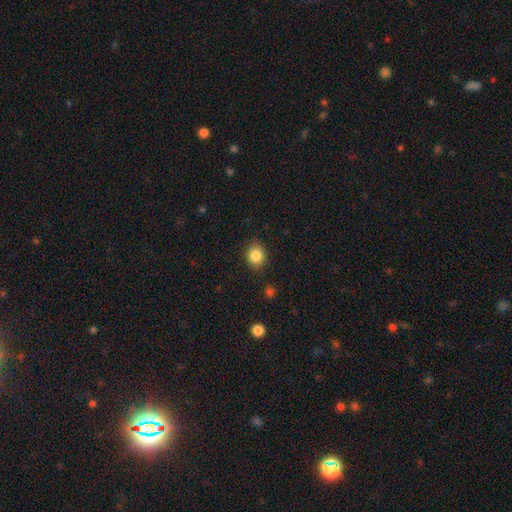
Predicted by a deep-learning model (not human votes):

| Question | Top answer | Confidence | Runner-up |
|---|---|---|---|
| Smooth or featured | smooth | 86% | star or artifact (9%) |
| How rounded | round | 56% | in between (44%) |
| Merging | none | 85% | minor disturbance (11%) |